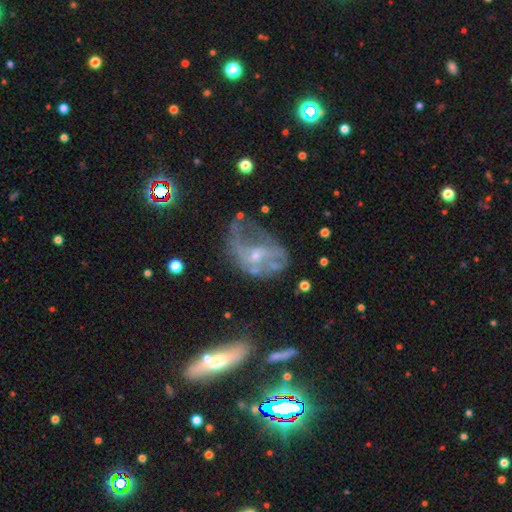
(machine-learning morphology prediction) Q: Smooth or featured?
A: featured or disk (70%); runner-up: smooth (18%)
Q: Edge-on disk?
A: no (95%); runner-up: yes (5%)
Q: Bar?
A: no (62%); runner-up: weak (31%)
Q: Spiral arms?
A: yes (61%); runner-up: no (39%)
Q: Bulge size?
A: small (63%); runner-up: moderate (25%)
Q: Merging?
A: major disturbance (37%); runner-up: none (32%)